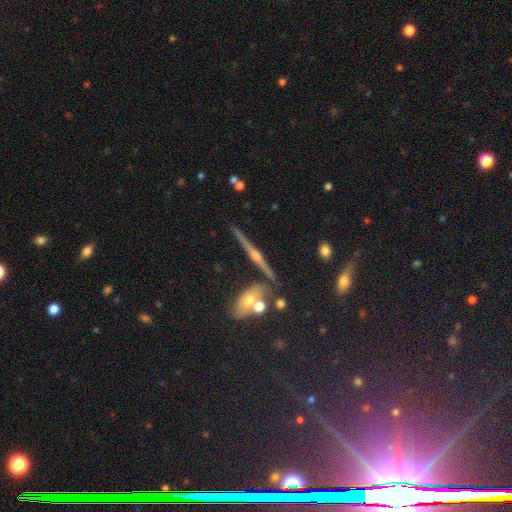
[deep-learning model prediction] Smooth or featured? featured or disk (81%)
Edge-on disk? yes (97%)
Edge-on bulge? rounded (87%)
Merging? none (84%)